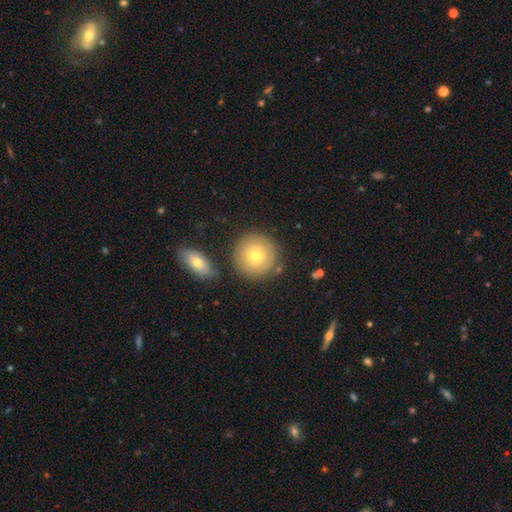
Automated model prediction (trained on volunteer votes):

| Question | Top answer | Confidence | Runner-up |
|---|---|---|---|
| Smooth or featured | smooth | 75% | featured or disk (16%) |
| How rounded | round | 94% | in between (5%) |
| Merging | none | 80% | minor disturbance (9%) |